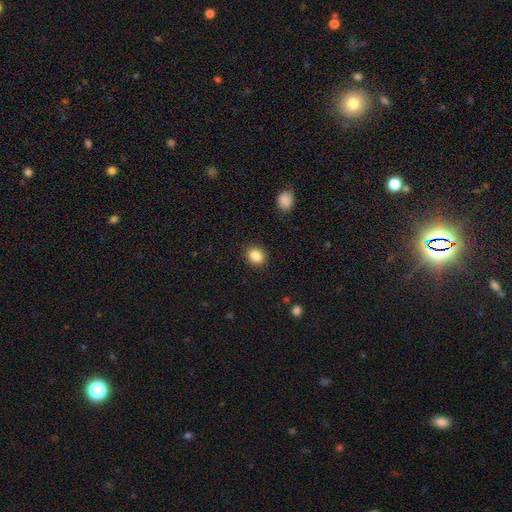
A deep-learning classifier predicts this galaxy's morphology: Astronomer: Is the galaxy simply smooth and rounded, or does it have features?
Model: smooth — 87%.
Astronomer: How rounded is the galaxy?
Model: round — 59% (runner-up: in between, 40%).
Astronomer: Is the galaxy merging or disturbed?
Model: none — 89%.